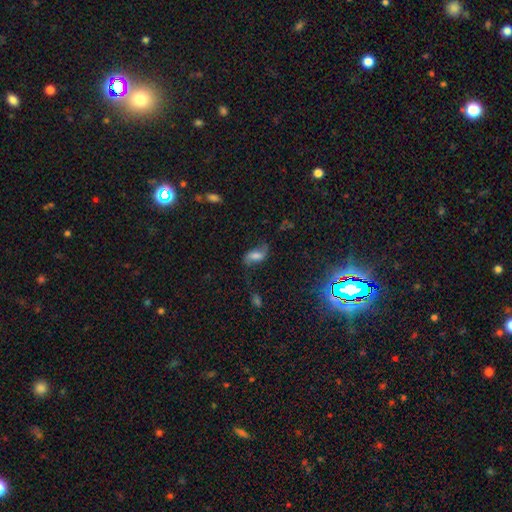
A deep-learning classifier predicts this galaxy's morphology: Q: Smooth or featured?
A: featured or disk (51%); runner-up: smooth (36%)
Q: Edge-on disk?
A: no (92%); runner-up: yes (8%)
Q: Merging?
A: none (58%); runner-up: minor disturbance (23%)